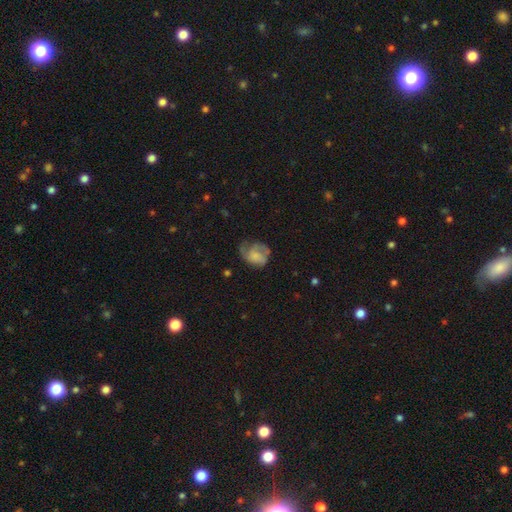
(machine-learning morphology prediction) This is possibly a smooth galaxy (46%). Merging: marginally none (39%).